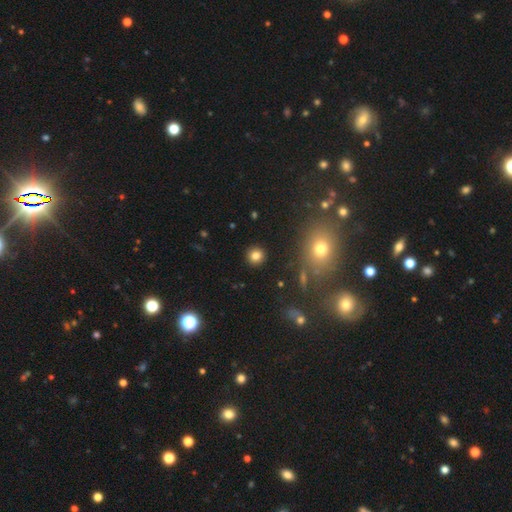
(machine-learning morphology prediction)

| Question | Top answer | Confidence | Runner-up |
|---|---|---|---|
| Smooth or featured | smooth | 81% | star or artifact (13%) |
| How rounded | round | 92% | in between (7%) |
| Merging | none | 91% | minor disturbance (5%) |